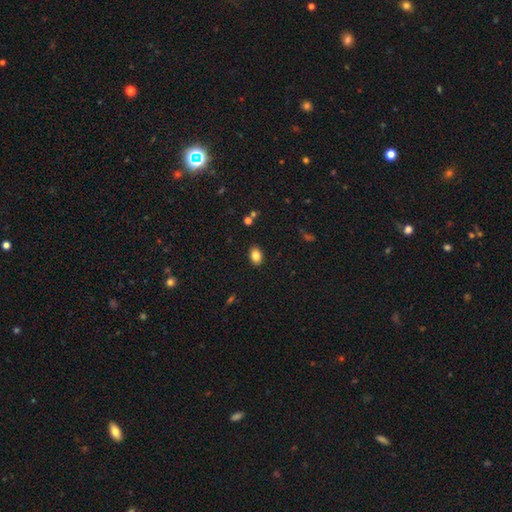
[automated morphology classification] The model was most divided on "how rounded": in between: 79%, round: 19%, cigar-shaped: 1%. More confident: merging — none (89%); smooth or featured — smooth (83%).